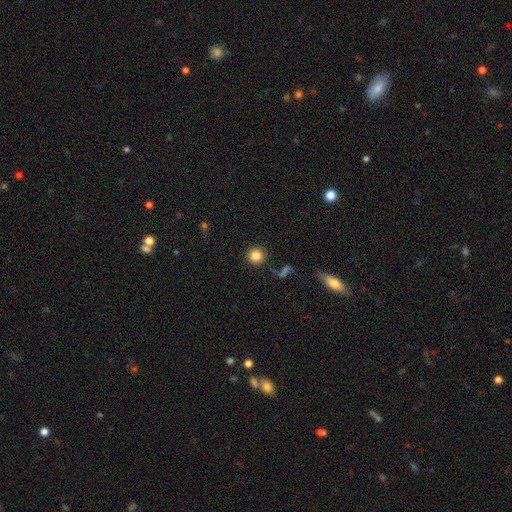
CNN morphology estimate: Smooth or featured: smooth — 84% (star or artifact — 11%)
How rounded: round — 94% (in between — 5%)
Merging: none — 87% (minor disturbance — 7%)